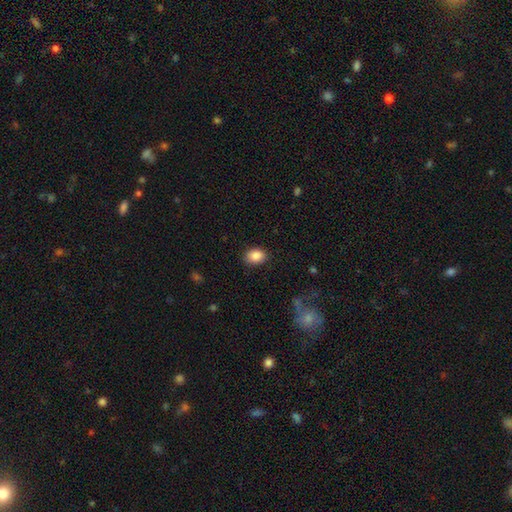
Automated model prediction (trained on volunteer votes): Overall: smooth (88%). How rounded: in between (73%). Merging: none (85%).